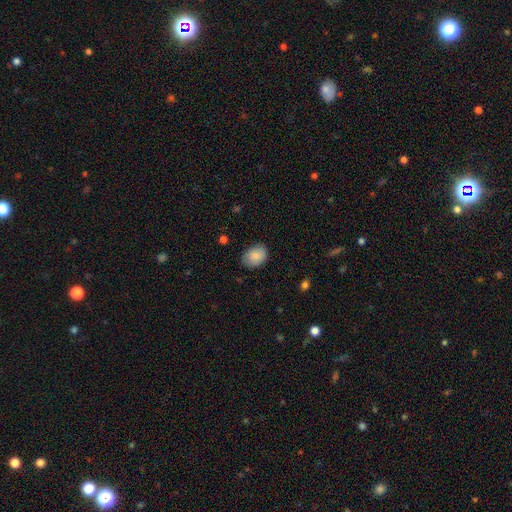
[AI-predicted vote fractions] smooth 86%, featured or disk 7%, star or artifact 7%. Down the decision tree: how rounded — in between (71%); merging — none (80%).